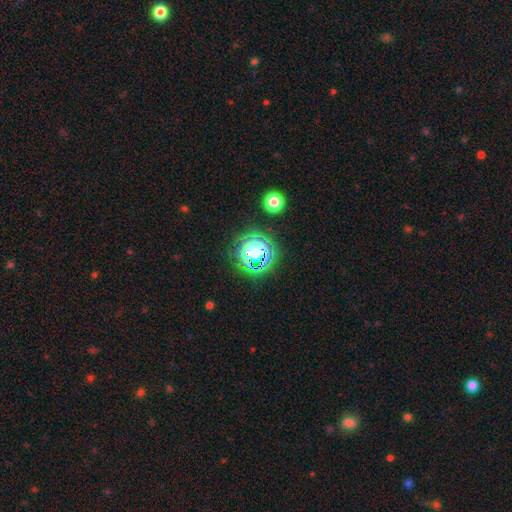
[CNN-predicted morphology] Smooth or featured?
  - star or artifact: 76% *
  - smooth: 17%
  - featured or disk: 7%